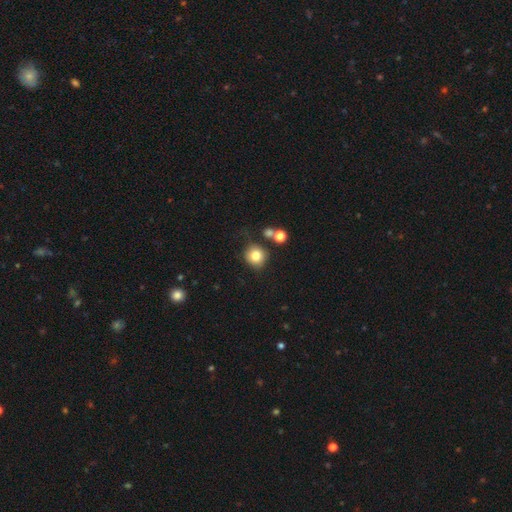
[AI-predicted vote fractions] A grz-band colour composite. It shows a smooth galaxy with no disk features (80%) that is round (90%). Merging: none (73%).